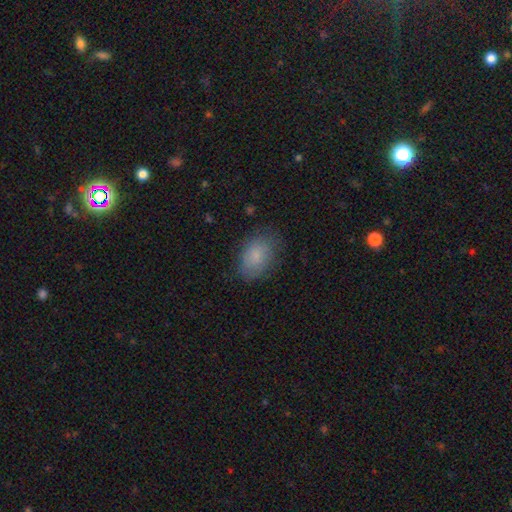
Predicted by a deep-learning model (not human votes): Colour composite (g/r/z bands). It shows a smooth galaxy with no disk features (83%) that is in between round and cigar-shaped (84%). Merging: none (76%).